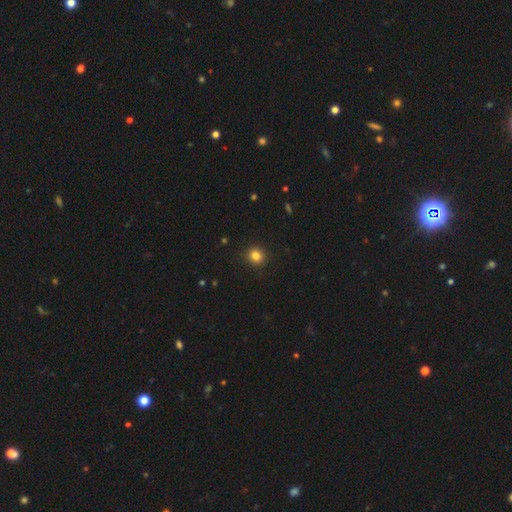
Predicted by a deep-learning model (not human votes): This is clearly a smooth galaxy (83%). How rounded: clearly round (91%). Merging: clearly none (92%).